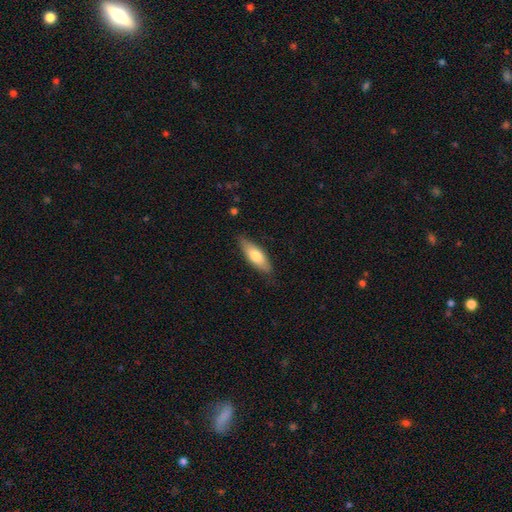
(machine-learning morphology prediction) Overall: smooth (71%). How rounded: in between (59%; cigar-shaped 39%). Merging: none (80%).